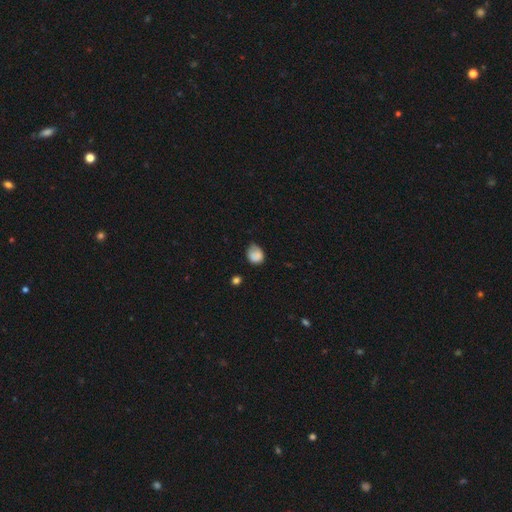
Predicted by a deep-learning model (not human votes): Overall: smooth (83%). How rounded: round (57%; in between 42%). Merging: none (46%; minor disturbance 41%).